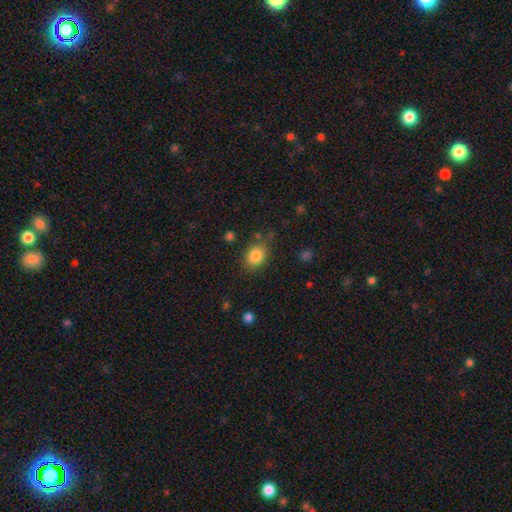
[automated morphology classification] smooth-or-featured: smooth: 85% | star or artifact: 9% | featured or disk: 6%
  how-rounded: in between: 58% | round: 41% | cigar-shaped: 1%
  merging: none: 76% | minor disturbance: 16% | major disturbance: 5% | merger: 4%